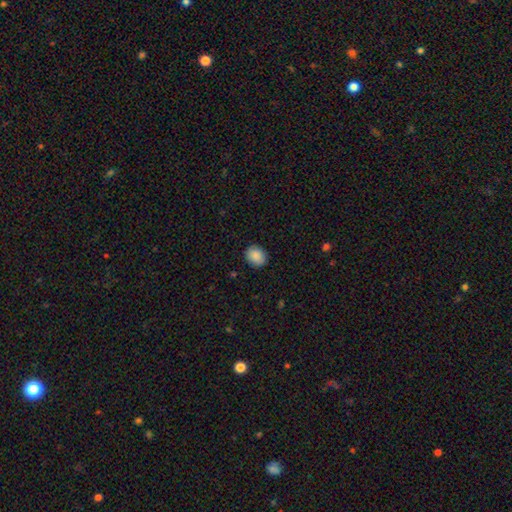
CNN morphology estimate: Overall: smooth (89%). How rounded: round (57%; in between 42%). Merging: none (88%).